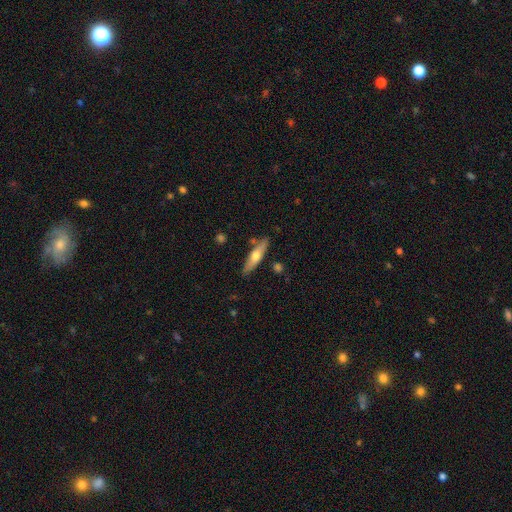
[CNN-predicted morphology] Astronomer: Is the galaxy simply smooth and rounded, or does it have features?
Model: smooth — 51% (runner-up: featured or disk, 44%).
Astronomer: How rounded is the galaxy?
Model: cigar-shaped — 76%.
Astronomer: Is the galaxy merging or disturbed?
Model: none — 84%.